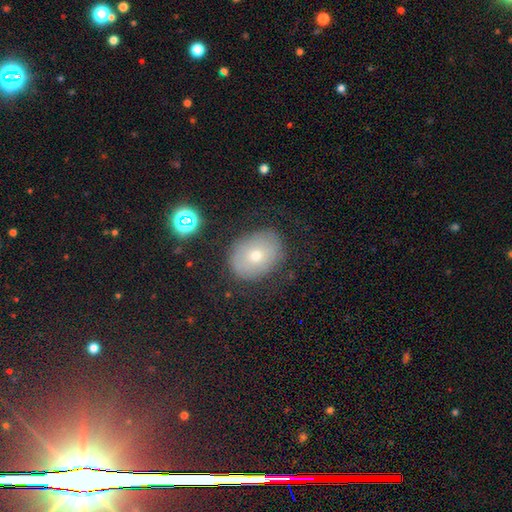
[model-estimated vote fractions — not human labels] Q: Smooth or featured?
A: smooth (60%); runner-up: featured or disk (27%)
Q: How rounded?
A: in between (56%); runner-up: round (43%)
Q: Merging?
A: none (76%); runner-up: minor disturbance (16%)